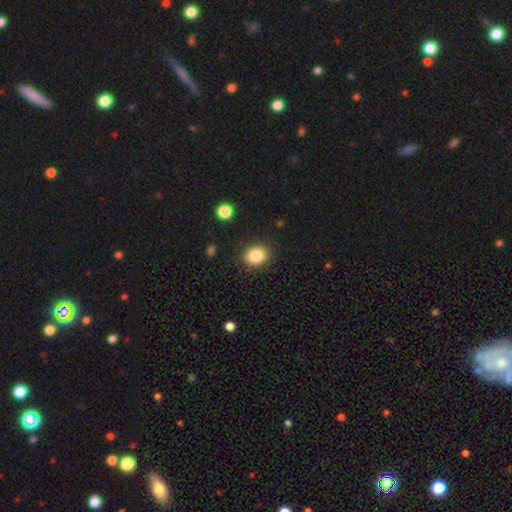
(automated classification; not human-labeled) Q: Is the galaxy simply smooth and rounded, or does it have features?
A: smooth — 84%.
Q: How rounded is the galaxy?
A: round — 61%.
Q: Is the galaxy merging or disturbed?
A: none — 87%.